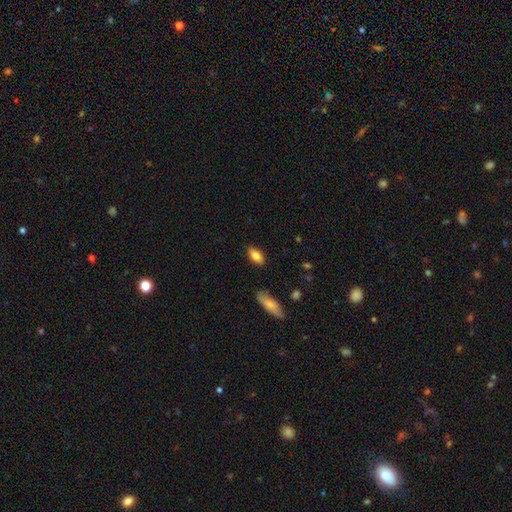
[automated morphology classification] This appears to be a smooth galaxy with no disk features (84%) that is in between round and cigar-shaped (89%). Merging: none (86%).